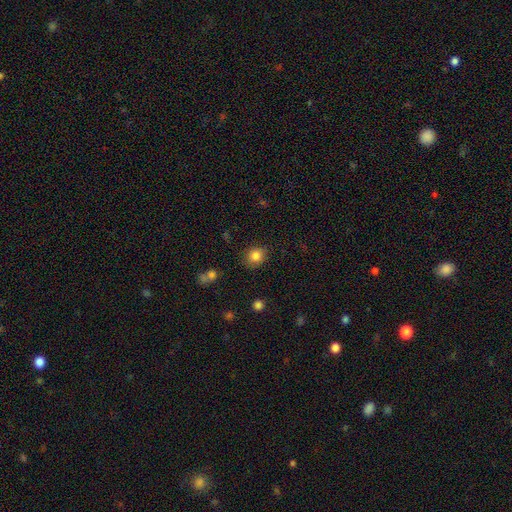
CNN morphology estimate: smooth 84%, star or artifact 11%, featured or disk 6%. Down the decision tree: how rounded — round (74%); merging — none (84%).